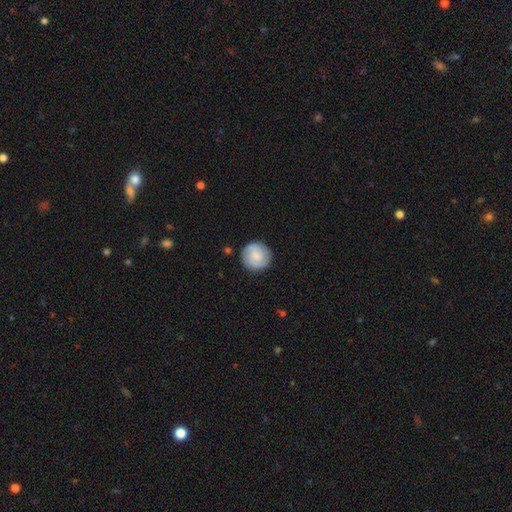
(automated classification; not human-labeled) The model was most divided on "smooth or featured": smooth: 56%, featured or disk: 37%, star or artifact: 6%. More confident: how rounded — round (93%); merging — none (87%).